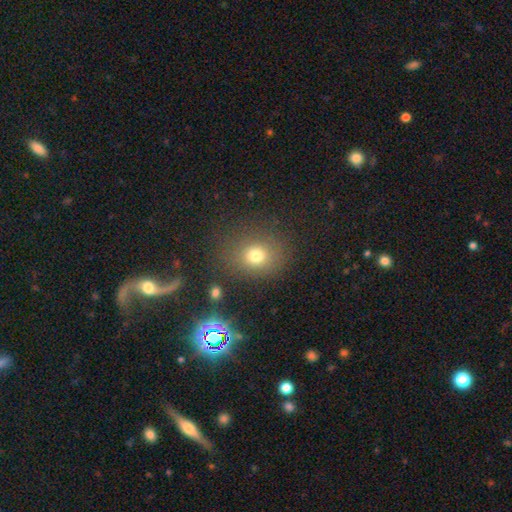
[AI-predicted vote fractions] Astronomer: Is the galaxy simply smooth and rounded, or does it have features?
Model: smooth — 74%.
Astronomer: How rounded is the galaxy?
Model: round — 69%.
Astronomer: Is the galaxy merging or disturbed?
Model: none — 80%.